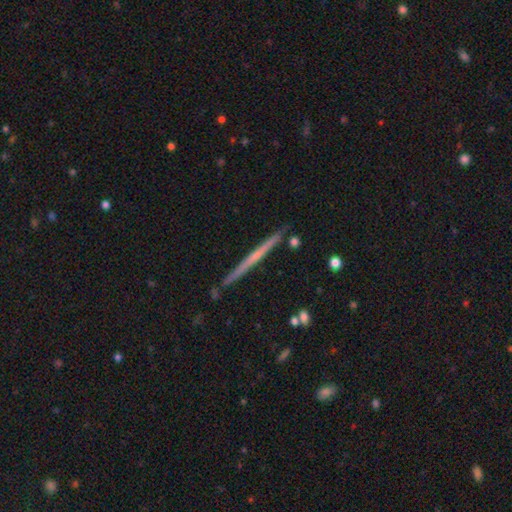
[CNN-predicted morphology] A featured or disk galaxy (61%) viewed edge-on (98%) with no central bulge (81%). Merging: none (90%).